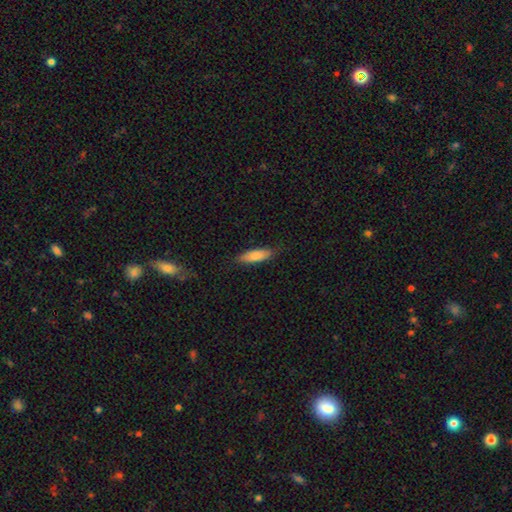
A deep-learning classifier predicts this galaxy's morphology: Smooth or featured? smooth (83%)
How rounded? in between (54%)
Merging? none (80%)